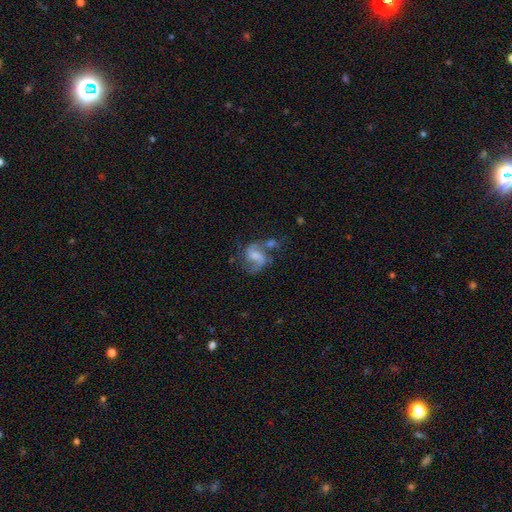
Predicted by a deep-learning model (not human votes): A featured or disk galaxy (74%) with a weak bar (48%), 2 (84%) medium (49%) spiral arms (92%) and a moderate central bulge (33%). Merging: none (40%).